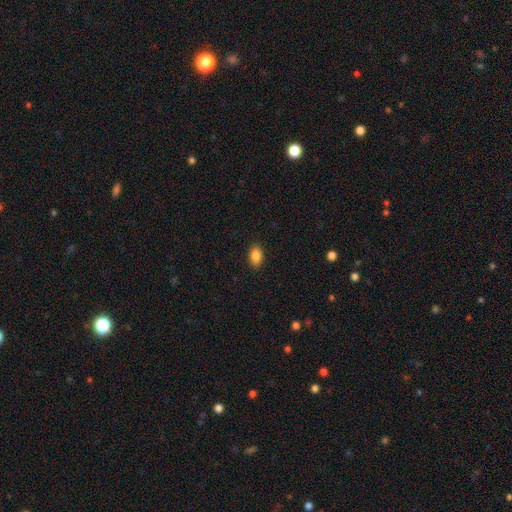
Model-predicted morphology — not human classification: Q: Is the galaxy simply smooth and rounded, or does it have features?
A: smooth — 86%.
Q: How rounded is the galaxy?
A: in between — 91%.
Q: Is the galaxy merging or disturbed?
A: none — 89%.